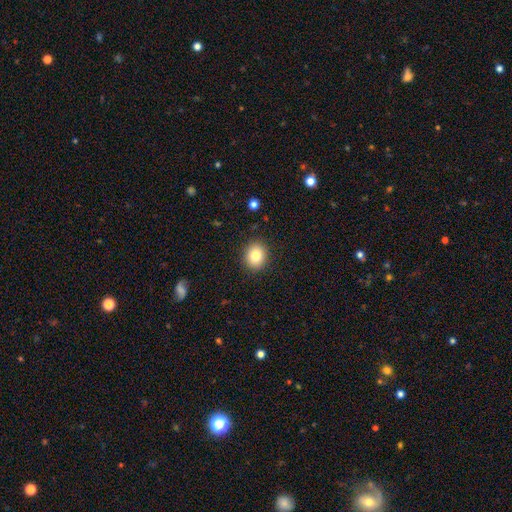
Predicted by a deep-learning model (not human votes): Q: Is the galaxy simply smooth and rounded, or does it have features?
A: smooth — 82%.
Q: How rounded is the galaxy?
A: round — 70%.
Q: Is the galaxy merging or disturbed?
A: none — 89%.